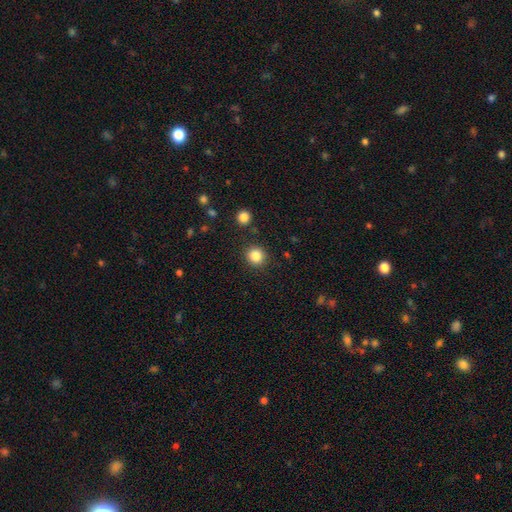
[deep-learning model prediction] Q: Smooth or featured?
A: smooth (84%); runner-up: star or artifact (11%)
Q: How rounded?
A: round (91%); runner-up: in between (8%)
Q: Merging?
A: none (88%); runner-up: minor disturbance (7%)